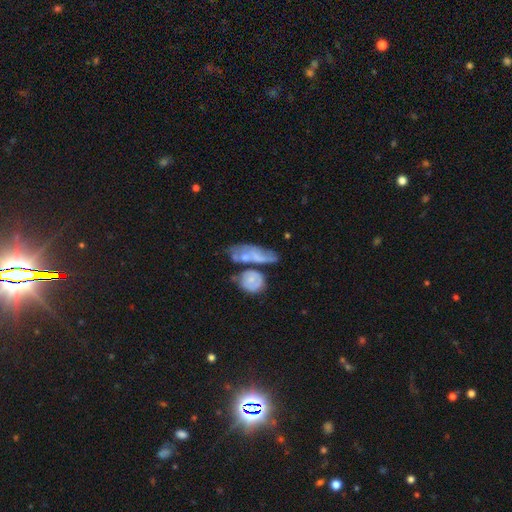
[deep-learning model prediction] Overall: featured or disk (51%; smooth 39%). Edge-on disk: no (84%). Merging: merger (40%; none 32%).